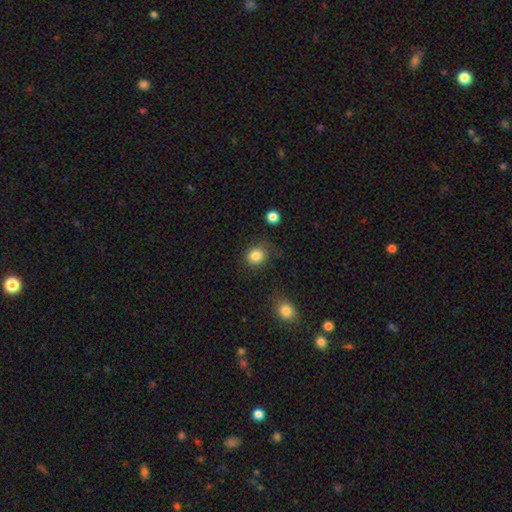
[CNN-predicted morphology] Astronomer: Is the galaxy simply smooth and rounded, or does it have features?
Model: smooth — 85%.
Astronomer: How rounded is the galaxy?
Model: round — 78%.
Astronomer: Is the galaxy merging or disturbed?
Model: none — 77%.